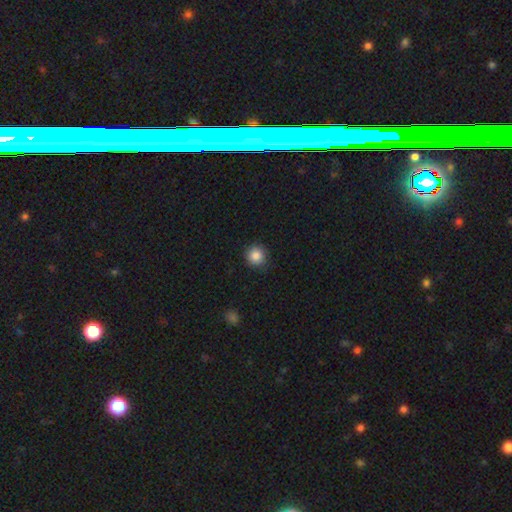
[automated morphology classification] smooth 86%, star or artifact 10%, featured or disk 4%. Down the decision tree: how rounded — round (94%); merging — none (87%).